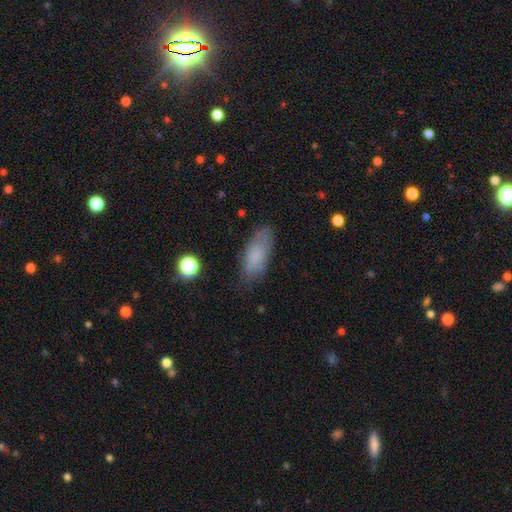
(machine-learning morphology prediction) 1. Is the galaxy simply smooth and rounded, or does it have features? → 76% smooth, 16% featured or disk, 8% star or artifact.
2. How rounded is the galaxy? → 81% in between, 17% cigar-shaped, 3% round.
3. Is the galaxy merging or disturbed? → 75% none, 19% minor disturbance, 5% major disturbance, 2% merger.